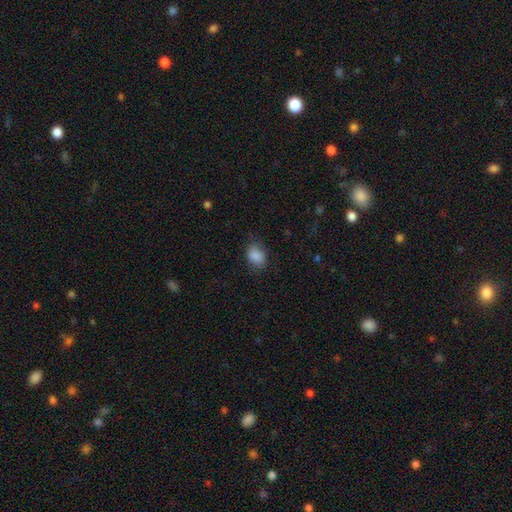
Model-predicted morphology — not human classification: Smooth or featured? Predicted: smooth (p=0.87). How rounded? Predicted: in between (p=0.64). Merging? Predicted: none (p=0.76).